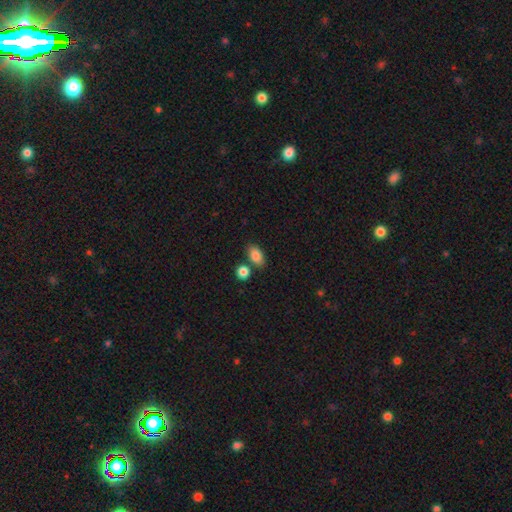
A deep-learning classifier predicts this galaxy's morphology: The model was most divided on "merging": none: 70%, merger: 15%, minor disturbance: 12%, major disturbance: 3%. More confident: how rounded — in between (86%); smooth or featured — smooth (85%).